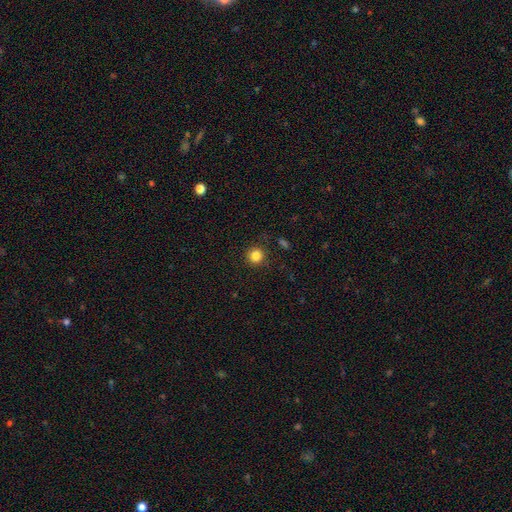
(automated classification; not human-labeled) Smooth or featured: smooth — 83% (star or artifact — 12%)
How rounded: round — 94% (in between — 5%)
Merging: none — 88% (minor disturbance — 8%)